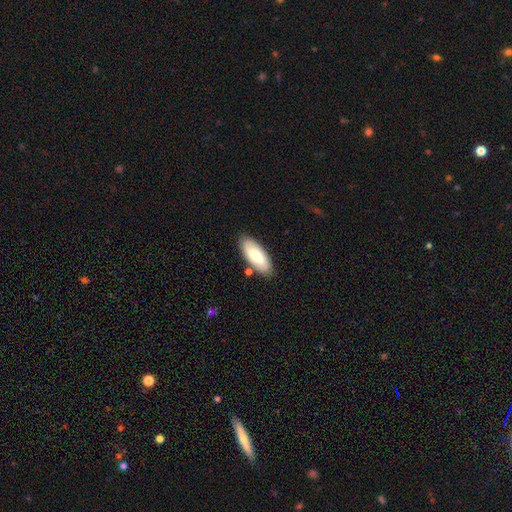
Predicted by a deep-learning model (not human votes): Morphology: type=smooth (71%); roundness=in between (82%); merging=none (84%).